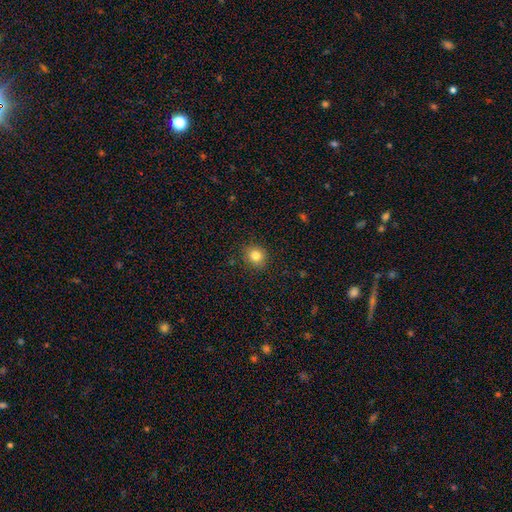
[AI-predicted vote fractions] A smooth galaxy with no disk features (83%) that is round (83%). Merging: none (88%).